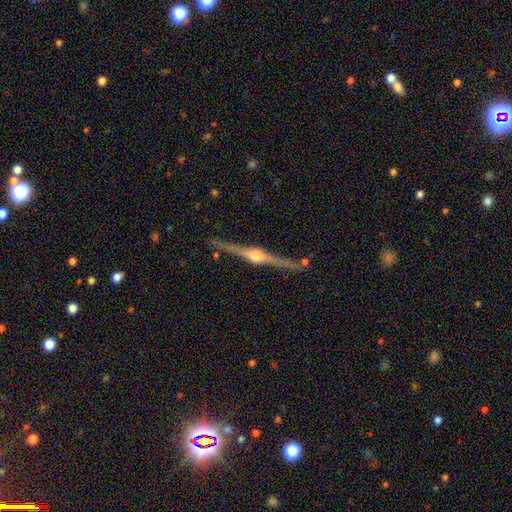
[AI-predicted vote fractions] featured or disk 88%, smooth 7%, star or artifact 5%. Down the decision tree: edge-on disk — yes (98%); edge-on bulge — rounded (94%); merging — none (87%).